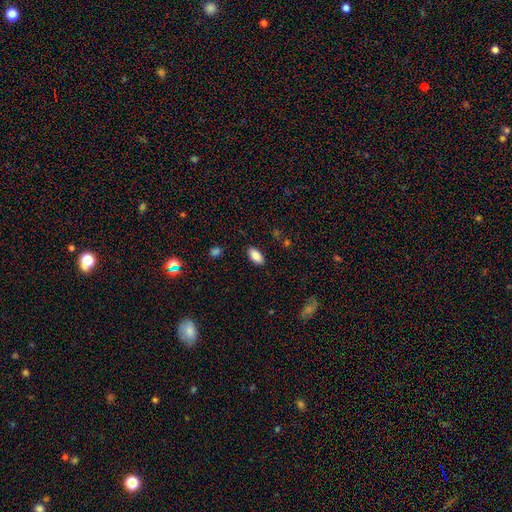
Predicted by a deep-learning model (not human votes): smooth 87%, star or artifact 8%, featured or disk 6%. Down the decision tree: how rounded — in between (92%); merging — none (87%).